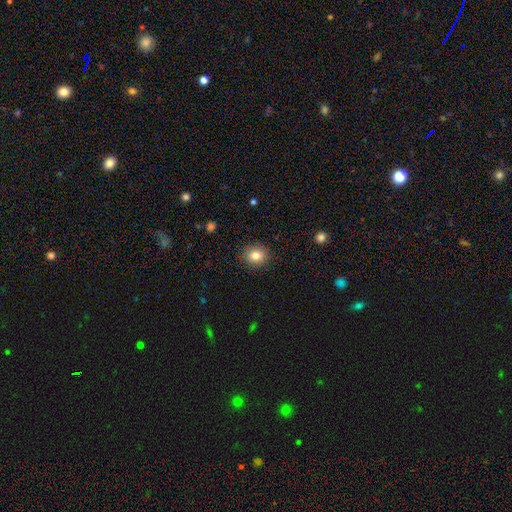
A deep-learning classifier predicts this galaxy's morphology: This is clearly a smooth galaxy (83%). How rounded: likely round (68%). Merging: clearly none (89%).